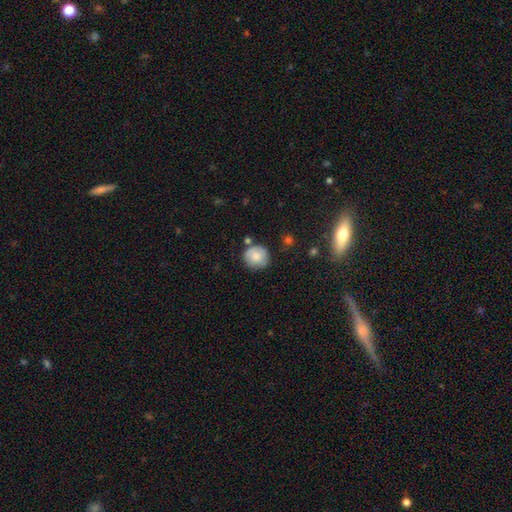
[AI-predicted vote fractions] smooth 79%, featured or disk 13%, star or artifact 8%. Down the decision tree: how rounded — round (92%); merging — none (76%).